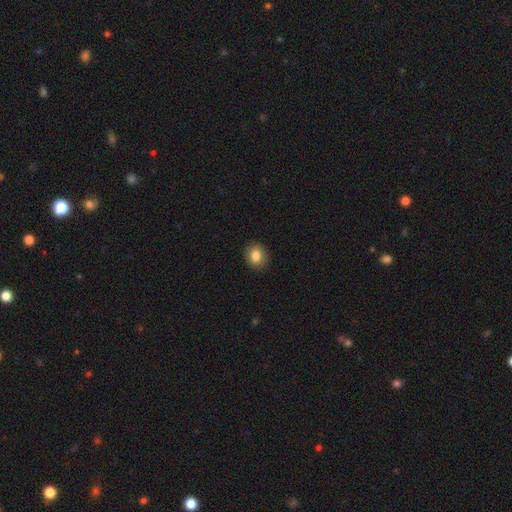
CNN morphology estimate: A smooth galaxy with no disk features (84%) that is round (59%).

Vote fractions:
- Smooth or featured? smooth: 84% / star or artifact: 9% / featured or disk: 7%
- How rounded? round: 59% / in between: 40% / cigar-shaped: 1%
- Merging? none: 89% / minor disturbance: 8% / major disturbance: 2% / merger: 1%